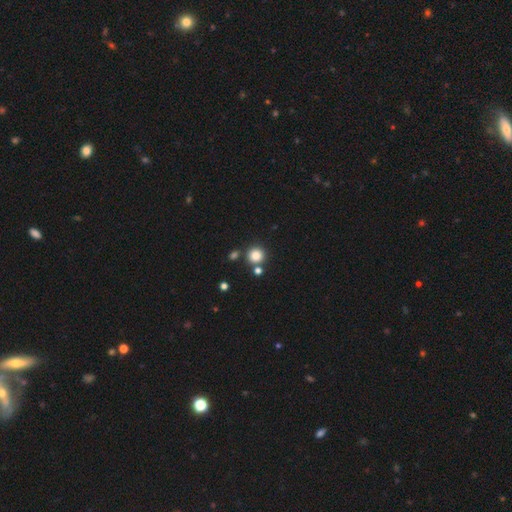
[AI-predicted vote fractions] Morphology: type=smooth (84%); roundness=round (93%); merging=none (76%).